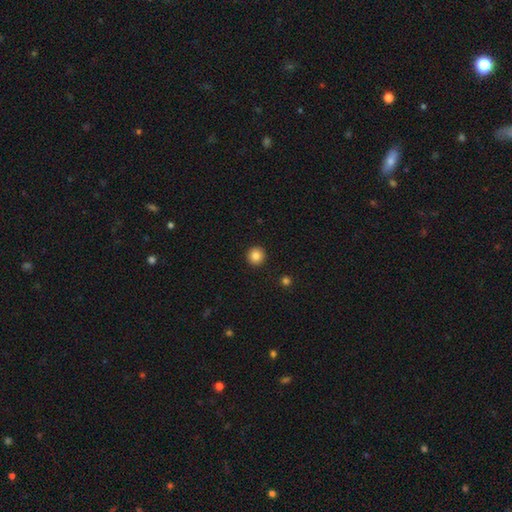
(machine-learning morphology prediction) smooth-or-featured: smooth: 86% | star or artifact: 10% | featured or disk: 5%
  how-rounded: round: 95% | in between: 4% | cigar-shaped: 1%
  merging: none: 93% | minor disturbance: 4% | major disturbance: 2% | merger: 1%